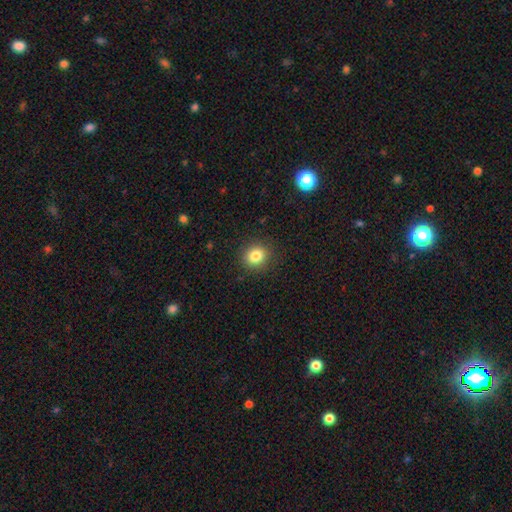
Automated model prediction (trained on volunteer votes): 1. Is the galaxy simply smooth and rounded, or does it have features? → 83% smooth, 11% star or artifact, 6% featured or disk.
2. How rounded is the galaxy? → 80% round, 19% in between, 1% cigar-shaped.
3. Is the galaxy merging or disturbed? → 89% none, 7% minor disturbance, 3% major disturbance, 1% merger.